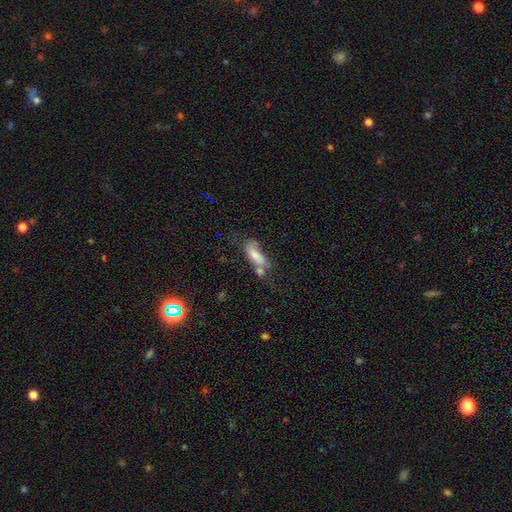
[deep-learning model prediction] smooth_or_featured: smooth (p=0.71) [alt: featured or disk p=0.20]
how_rounded: in between (p=0.65) [alt: cigar-shaped p=0.32]
merging: merger (p=0.32) [tied with: none p=0.32]